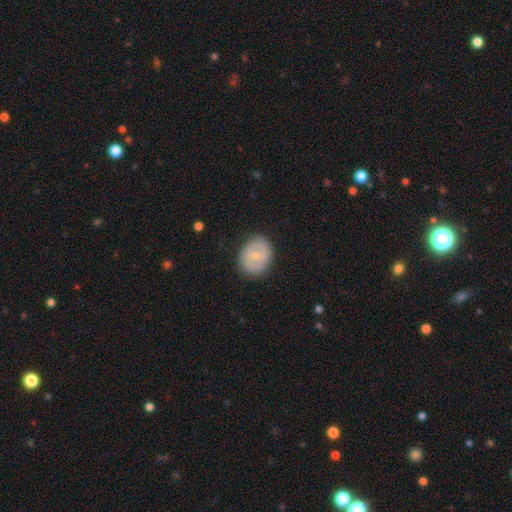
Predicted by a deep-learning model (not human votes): featured or disk 48%, smooth 46%, star or artifact 6%. Down the decision tree: merging — none (84%).